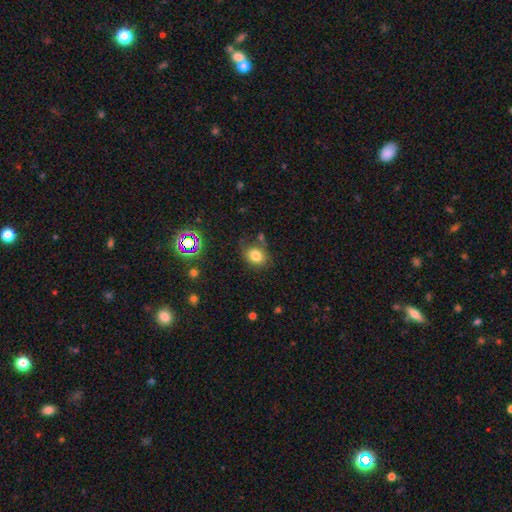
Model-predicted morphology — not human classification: A smooth galaxy with no disk features (78%) that is round (50%).

Vote fractions:
- Smooth or featured? smooth: 78% / star or artifact: 13% / featured or disk: 9%
- How rounded? round: 50% / in between: 49% / cigar-shaped: 1%
- Merging? none: 71% / minor disturbance: 17% / merger: 6% / major disturbance: 5%